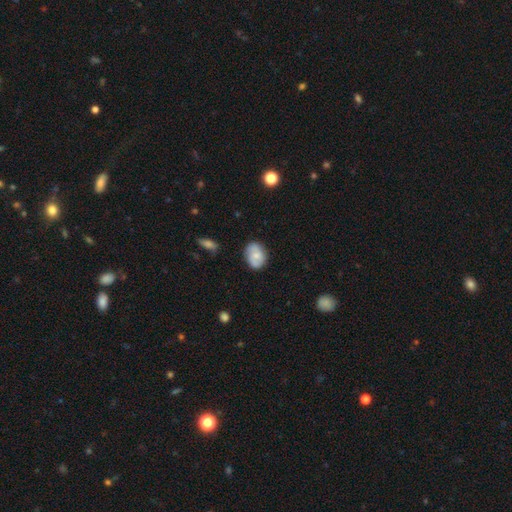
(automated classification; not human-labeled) A smooth galaxy with no disk features (62%) that is in between round and cigar-shaped (72%).

Vote fractions:
- Smooth or featured? smooth: 62% / featured or disk: 31% / star or artifact: 7%
- How rounded? in between: 72% / round: 27% / cigar-shaped: 1%
- Merging? none: 75% / minor disturbance: 19% / major disturbance: 4% / merger: 2%